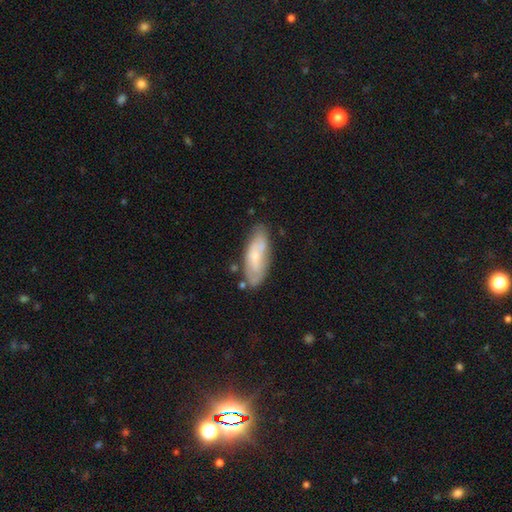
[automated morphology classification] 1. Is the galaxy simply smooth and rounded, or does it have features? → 52% smooth, 41% featured or disk, 7% star or artifact.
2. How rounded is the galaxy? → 67% in between, 31% cigar-shaped, 2% round.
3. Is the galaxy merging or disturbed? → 69% none, 22% minor disturbance, 5% major disturbance, 4% merger.